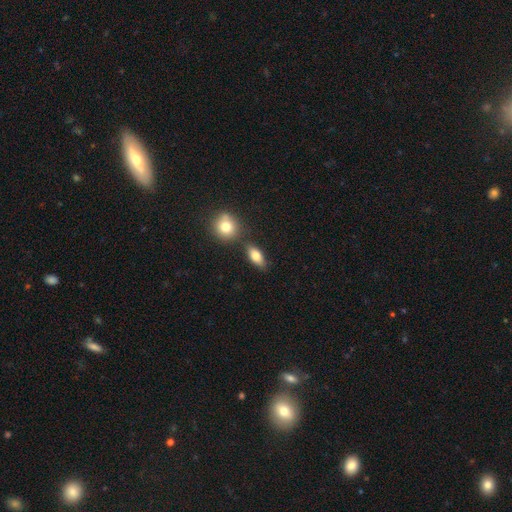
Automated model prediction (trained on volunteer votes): This is likely a smooth galaxy (79%). How rounded: clearly in between (81%). Merging: likely none (71%).